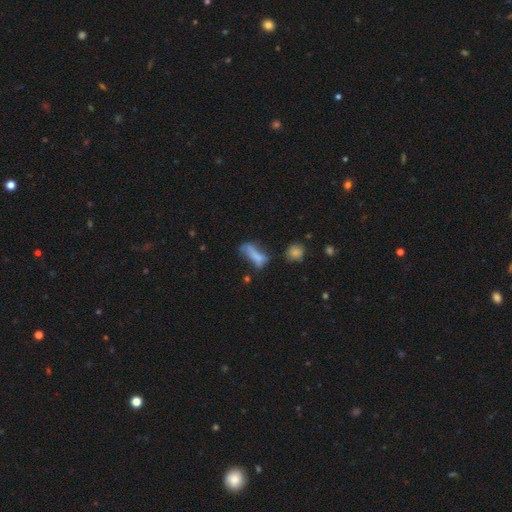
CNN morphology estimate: Smooth or featured?
  - smooth: 59% *
  - featured or disk: 27%
  - star or artifact: 14%
How rounded?
  - in between: 59% *
  - cigar-shaped: 36%
  - round: 5%
Merging?
  - major disturbance: 29% * (tied)
  - none: 29% * (tied)
  - minor disturbance: 23%
  - merger: 19%